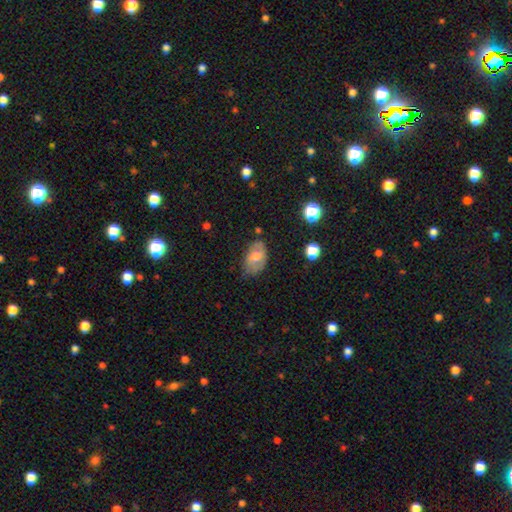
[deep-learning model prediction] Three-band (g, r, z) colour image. It shows a smooth galaxy with no disk features (60%) that is in between round and cigar-shaped (85%). Merging: none (62%).